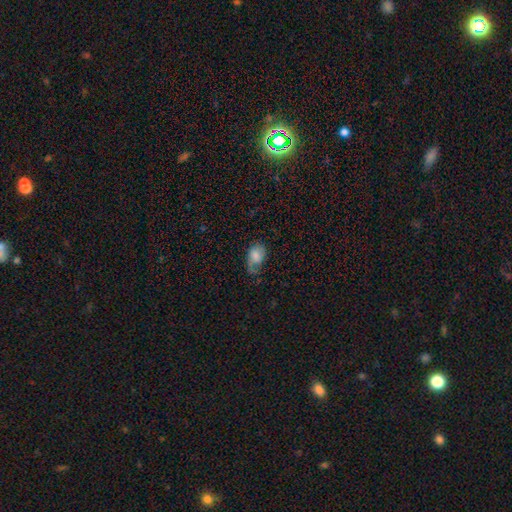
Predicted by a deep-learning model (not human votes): Smooth or featured: smooth — 66% (featured or disk — 26%)
How rounded: in between — 85% (round — 13%)
Merging: none — 37% (minor disturbance — 35%)